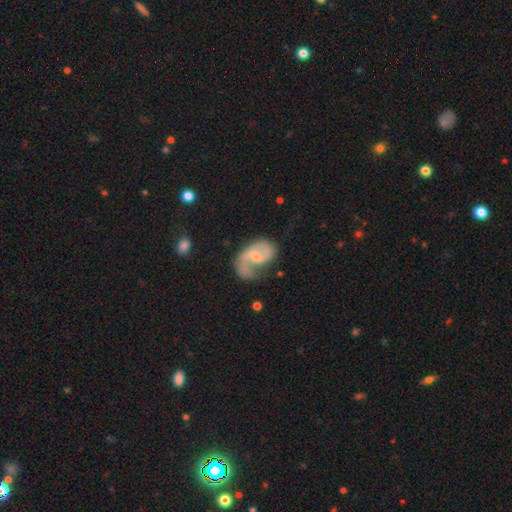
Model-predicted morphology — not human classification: Overall: featured or disk (79%). Edge-on disk: no (98%). Bar: weak (53%; no 34%). Spiral arms: yes (92%). Spiral arm count: 2 (71%). Spiral winding: loose (46%; medium 42%). Bulge size: small (56%; moderate 27%). Merging: none (47%; minor disturbance 26%).